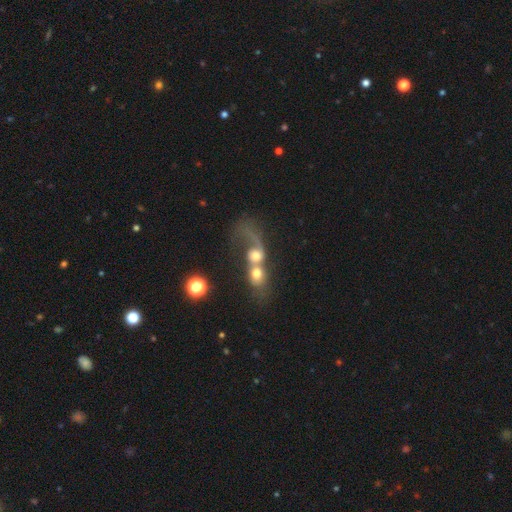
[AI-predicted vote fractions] Smooth or featured?
  - smooth: 46% *
  - featured or disk: 43%
  - star or artifact: 11%
Merging?
  - merger: 80% *
  - major disturbance: 10%
  - none: 7%
  - minor disturbance: 3%